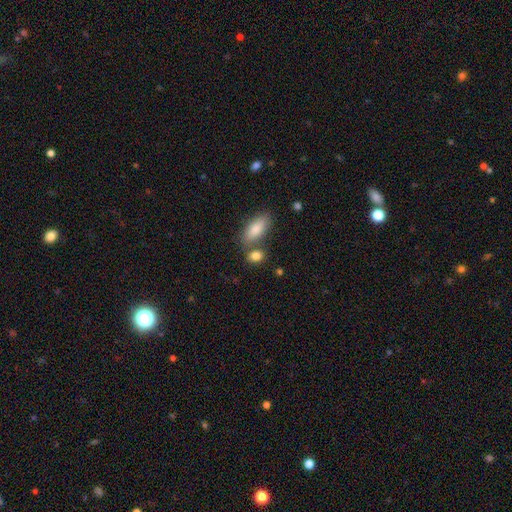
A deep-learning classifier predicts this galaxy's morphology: A smooth galaxy with no disk features (84%) that is in between round and cigar-shaped (67%).

Vote fractions:
- Smooth or featured? smooth: 84% / star or artifact: 8% / featured or disk: 7%
- How rounded? in between: 67% / round: 27% / cigar-shaped: 6%
- Merging? none: 61% / merger: 23% / minor disturbance: 12% / major disturbance: 4%